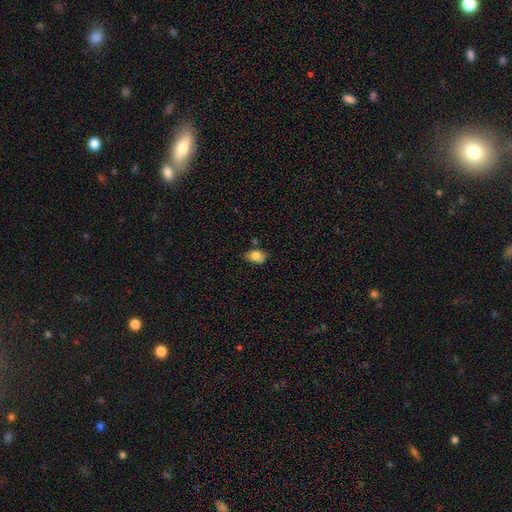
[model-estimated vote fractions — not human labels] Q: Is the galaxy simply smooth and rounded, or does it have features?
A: smooth — 80%.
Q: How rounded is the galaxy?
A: in between — 84%.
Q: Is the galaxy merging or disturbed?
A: none — 66%.